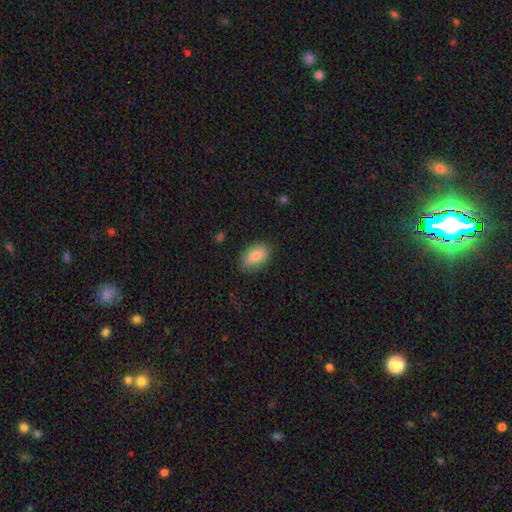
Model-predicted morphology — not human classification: This is clearly a smooth galaxy (81%). How rounded: clearly in between (90%). Merging: clearly none (81%).